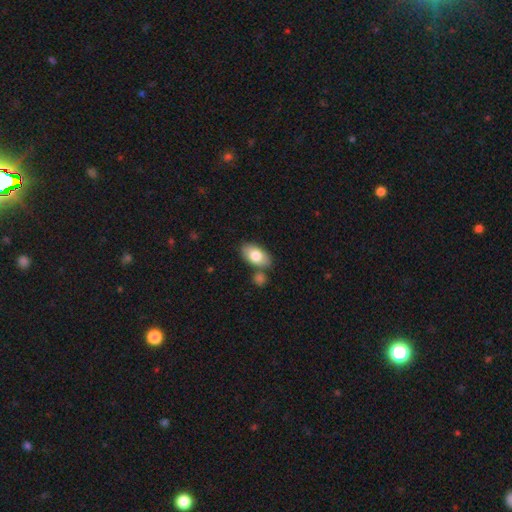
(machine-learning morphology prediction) This is likely a smooth galaxy (79%). How rounded: clearly in between (93%). Merging: likely none (71%).